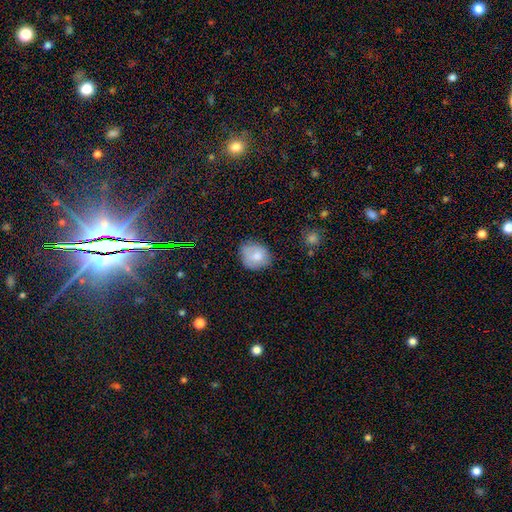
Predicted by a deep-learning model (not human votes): smooth-or-featured: smooth: 76% | featured or disk: 15% | star or artifact: 9%
  how-rounded: round: 64% | in between: 35% | cigar-shaped: 1%
  merging: none: 68% | minor disturbance: 25% | major disturbance: 5% | merger: 2%